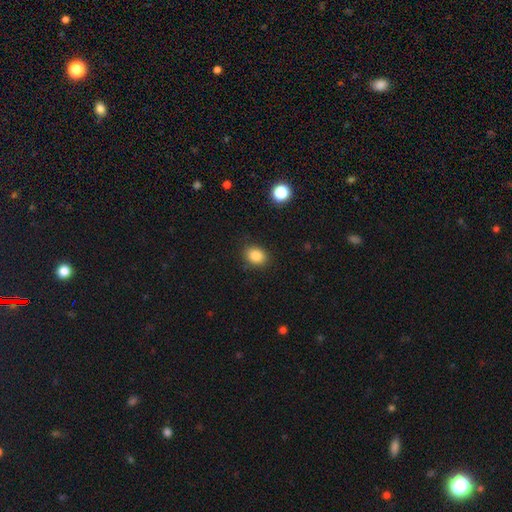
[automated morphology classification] smooth-or-featured: smooth: 85% | star or artifact: 10% | featured or disk: 5%
  how-rounded: in between: 59% | round: 40% | cigar-shaped: 1%
  merging: none: 88% | minor disturbance: 8% | major disturbance: 2% | merger: 1%